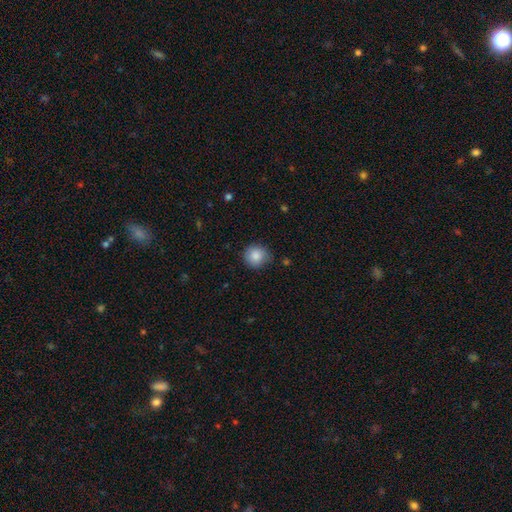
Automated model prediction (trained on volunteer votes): This appears to be a smooth galaxy with no disk features (86%) that is round (91%). Merging: none (81%).